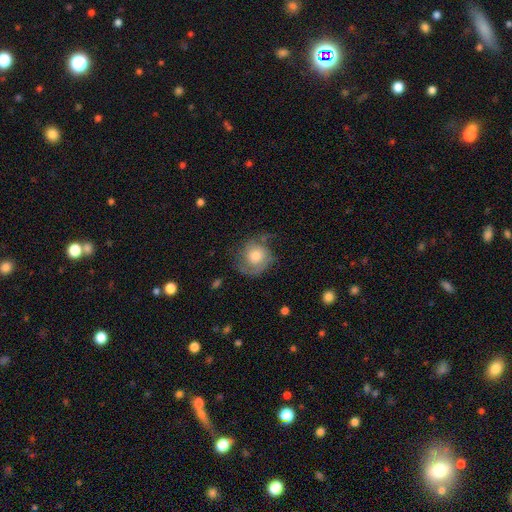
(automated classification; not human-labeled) Q: Smooth or featured?
A: featured or disk (55%); runner-up: smooth (37%)
Q: Edge-on disk?
A: no (97%); runner-up: yes (3%)
Q: Bar?
A: no (79%); runner-up: weak (18%)
Q: Spiral arms?
A: yes (85%); runner-up: no (15%)
Q: Bulge size?
A: moderate (50%); runner-up: large (27%)
Q: Merging?
A: none (59%); runner-up: minor disturbance (24%)